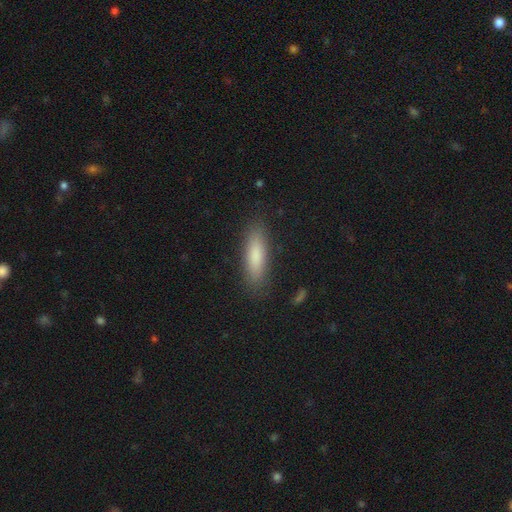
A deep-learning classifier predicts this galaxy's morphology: A smooth galaxy with no disk features (82%) that is cigar-shaped (63%). Merging: none (86%).